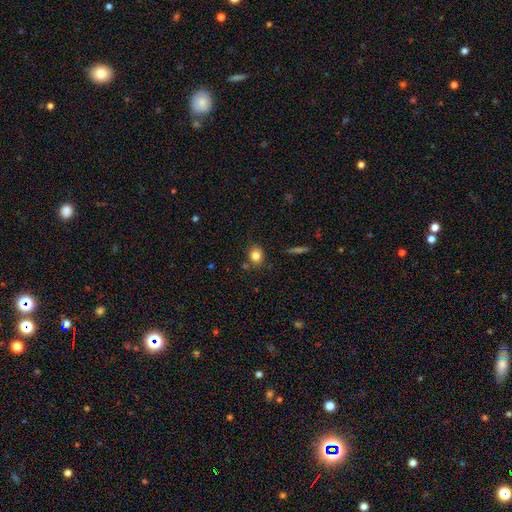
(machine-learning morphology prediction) A smooth galaxy with no disk features (82%) that is round (66%). Merging: none (80%).